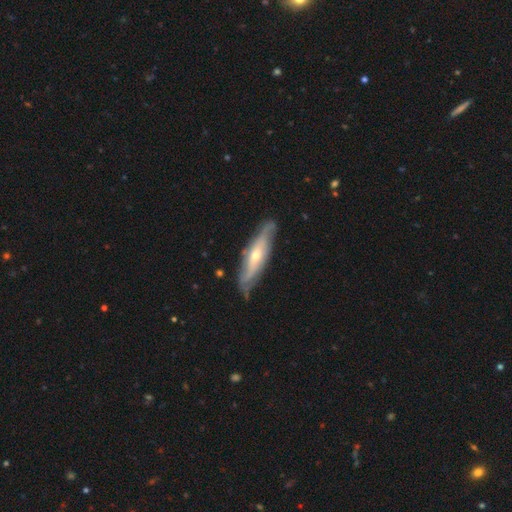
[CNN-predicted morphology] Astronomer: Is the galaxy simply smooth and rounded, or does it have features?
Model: featured or disk — 70%.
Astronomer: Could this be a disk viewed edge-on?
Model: no — 54% (runner-up: yes, 46%).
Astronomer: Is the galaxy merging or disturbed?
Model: none — 75%.